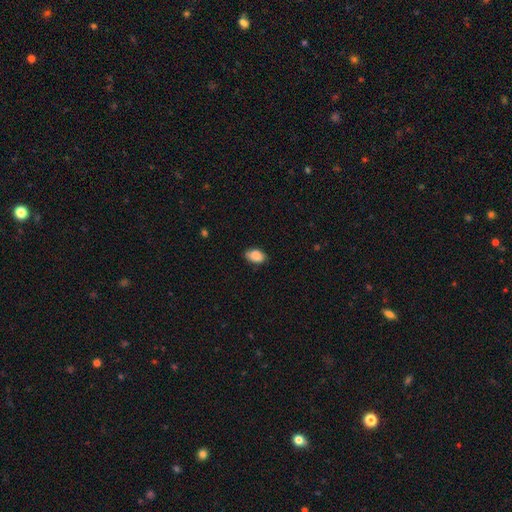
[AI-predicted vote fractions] Smooth or featured: smooth — 88% (star or artifact — 7%)
How rounded: in between — 89% (round — 10%)
Merging: none — 81% (minor disturbance — 15%)